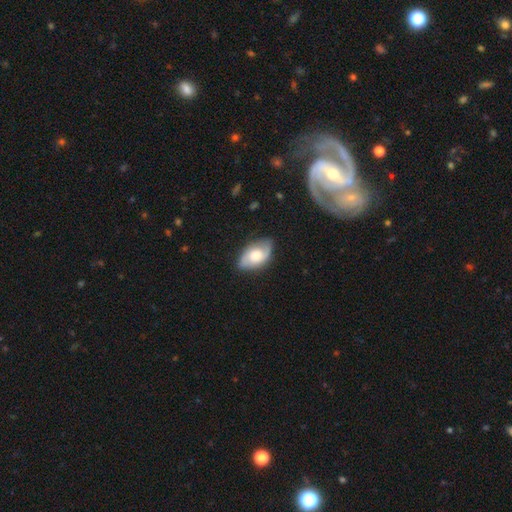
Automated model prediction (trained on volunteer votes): Smooth or featured?
  - featured or disk: 54% *
  - smooth: 40%
  - star or artifact: 6%
Edge-on disk?
  - no: 93% *
  - yes: 7%
Bar?
  - no: 68% *
  - weak: 27%
  - strong: 5%
Spiral arms?
  - yes: 83% *
  - no: 17%
Bulge size?
  - moderate: 52% *
  - large: 27%
  - small: 15%
  - none: 3%
  - dominant: 3%
Merging?
  - none: 77% *
  - minor disturbance: 17%
  - major disturbance: 4%
  - merger: 1%